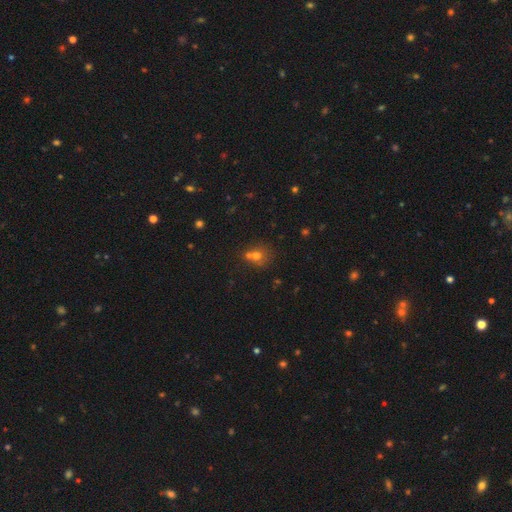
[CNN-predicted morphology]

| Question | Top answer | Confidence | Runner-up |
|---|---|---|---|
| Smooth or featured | smooth | 66% | star or artifact (18%) |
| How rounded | round | 76% | in between (24%) |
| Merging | merger | 46% | none (40%) |